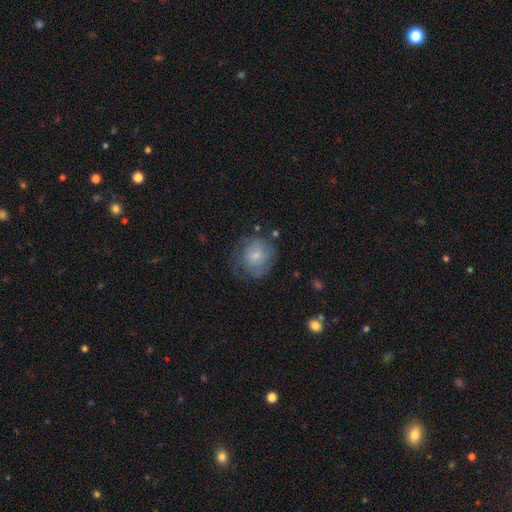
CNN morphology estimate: type=smooth (61%); roundness=round (75%); merging=none (57%).